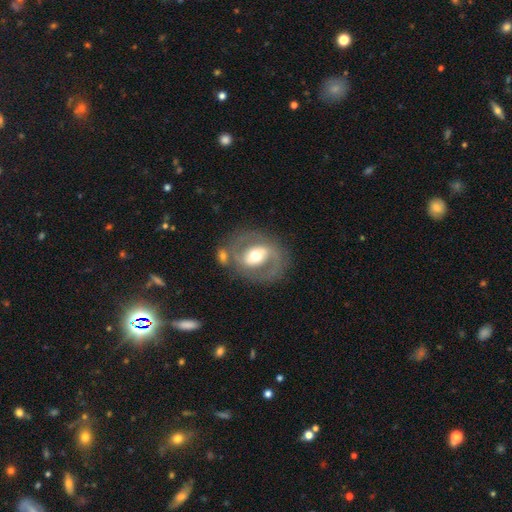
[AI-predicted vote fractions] Smooth or featured: featured or disk — 74% (smooth — 20%)
Edge-on disk: no — 96% (yes — 4%)
Bar: weak — 37% (strong — 33%)
Spiral arms: yes — 71% (no — 29%)
Spiral winding: medium — 49% (tight — 30%)
Spiral arm count: 2 — 82% (can't tell — 8%)
Bulge size: moderate — 67% (large — 20%)
Merging: none — 70% (minor disturbance — 14%)